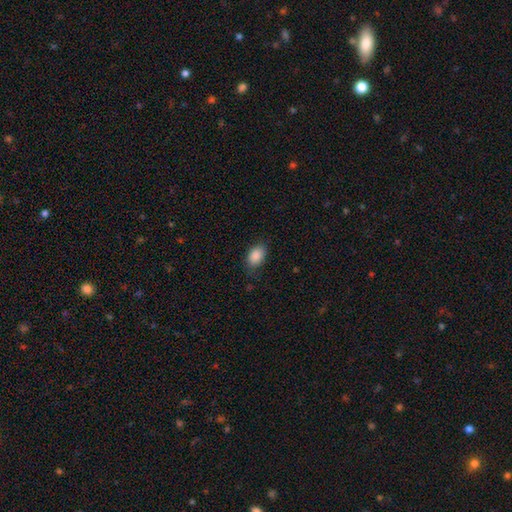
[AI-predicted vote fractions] smooth_or_featured: smooth (p=0.88) [alt: star or artifact p=0.07]
how_rounded: in between (p=0.87) [alt: round p=0.12]
merging: none (p=0.77) [alt: minor disturbance p=0.18]